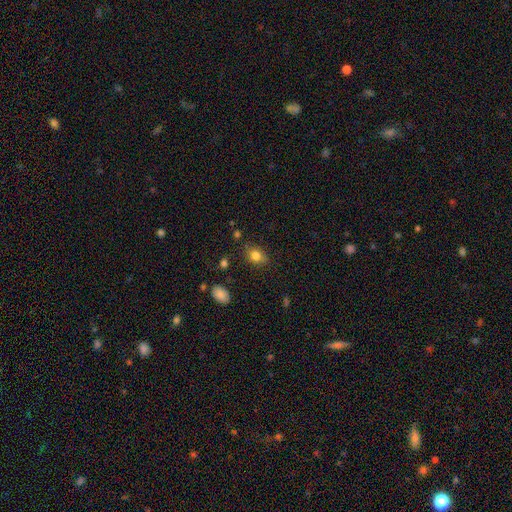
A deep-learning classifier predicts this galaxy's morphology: Smooth or featured? smooth (81%)
How rounded? in between (64%)
Merging? none (78%)